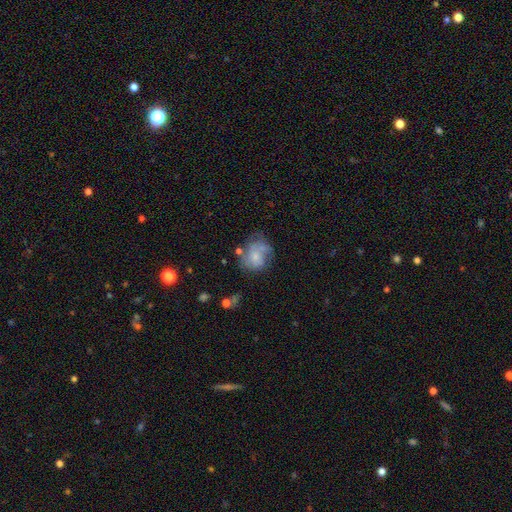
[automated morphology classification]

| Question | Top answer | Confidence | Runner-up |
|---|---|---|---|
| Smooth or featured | smooth | 49% | featured or disk (42%) |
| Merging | none | 40% | minor disturbance (27%) |